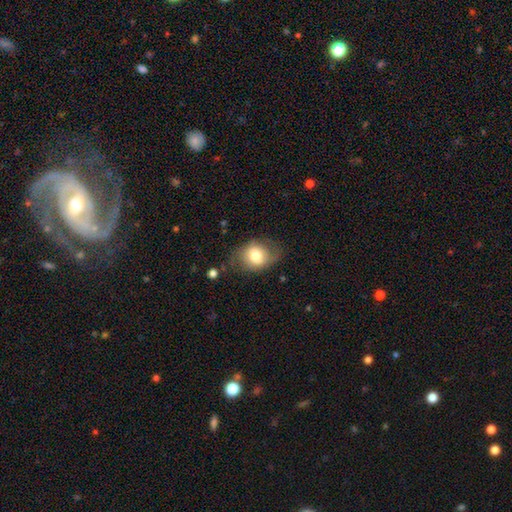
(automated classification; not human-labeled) smooth-or-featured: smooth: 71% | featured or disk: 22% | star or artifact: 8%
  how-rounded: in between: 61% | round: 38% | cigar-shaped: 1%
  merging: none: 64% | minor disturbance: 24% | major disturbance: 11% | merger: 2%